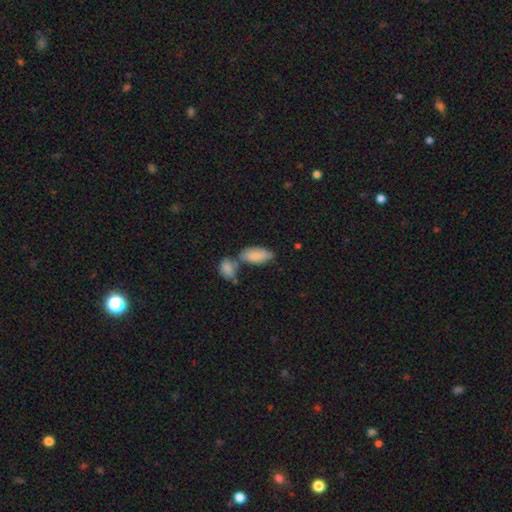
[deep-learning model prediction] Morphology: type=smooth (82%); roundness=in between (90%); merging=none (42%).